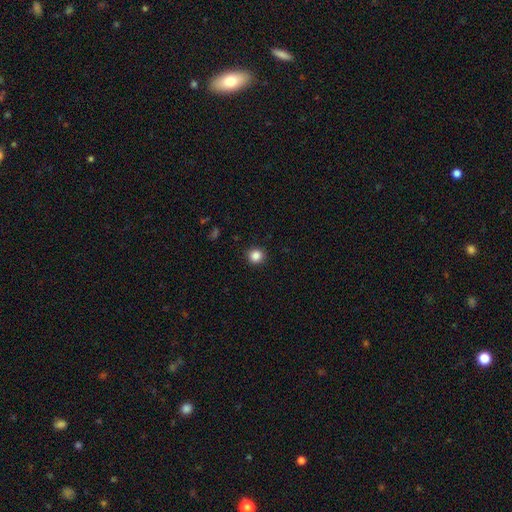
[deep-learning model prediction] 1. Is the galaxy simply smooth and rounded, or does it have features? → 86% smooth, 11% star or artifact, 3% featured or disk.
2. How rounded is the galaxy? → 92% round, 7% in between, 1% cigar-shaped.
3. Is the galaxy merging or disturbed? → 92% none, 5% minor disturbance, 2% major disturbance, 1% merger.